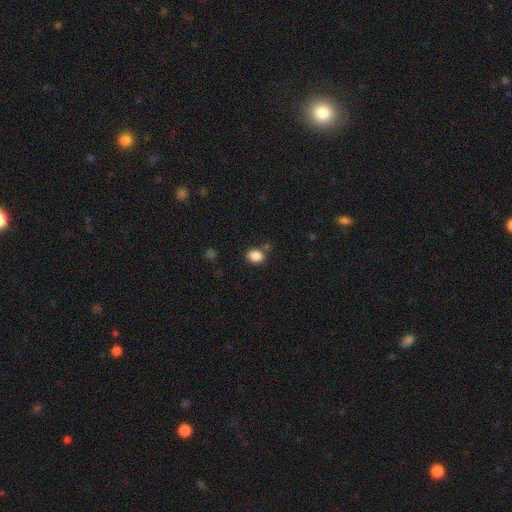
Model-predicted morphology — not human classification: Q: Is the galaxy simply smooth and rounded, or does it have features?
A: smooth — 87%.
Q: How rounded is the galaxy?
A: in between — 63%.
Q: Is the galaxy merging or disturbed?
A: none — 77%.